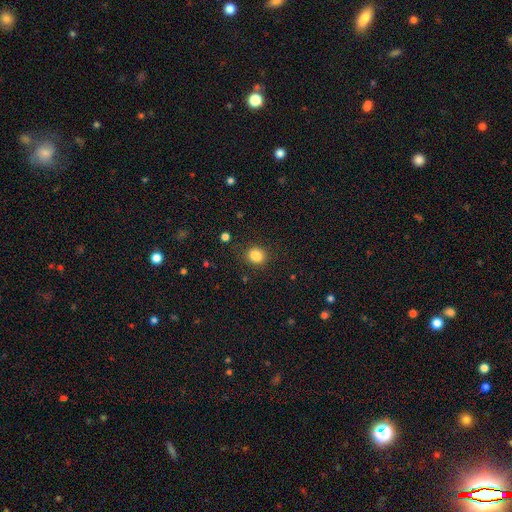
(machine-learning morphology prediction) Smooth or featured? smooth (85%)
How rounded? round (74%)
Merging? none (87%)